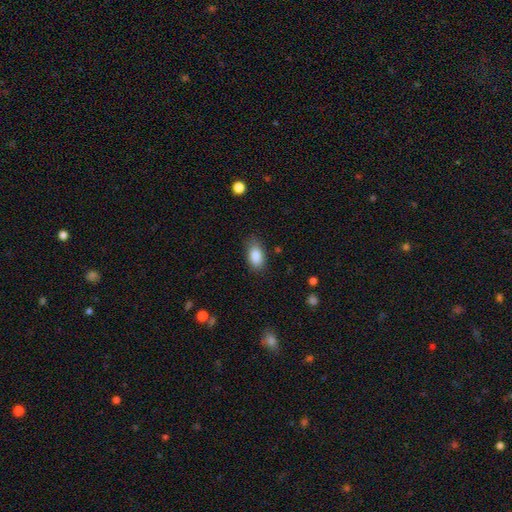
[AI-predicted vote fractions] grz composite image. It shows a smooth galaxy with no disk features (87%) that is in between round and cigar-shaped (91%). Merging: none (78%).